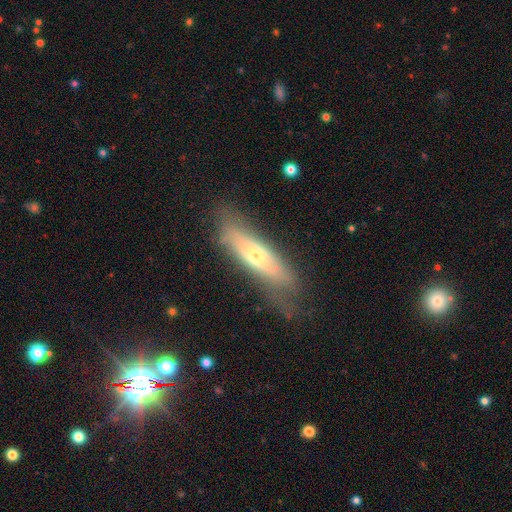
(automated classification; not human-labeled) Morphology: type=featured or disk (53%); edge-on=yes (56%); merging=none (64%).